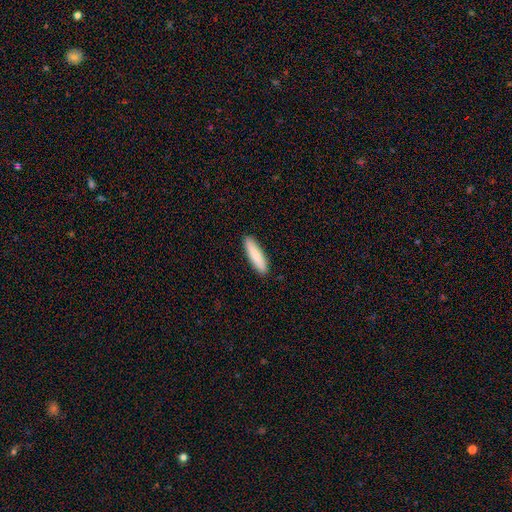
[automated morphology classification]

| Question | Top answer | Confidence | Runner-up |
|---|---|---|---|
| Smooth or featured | smooth | 85% | featured or disk (10%) |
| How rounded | cigar-shaped | 77% | in between (22%) |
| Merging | none | 90% | minor disturbance (7%) |